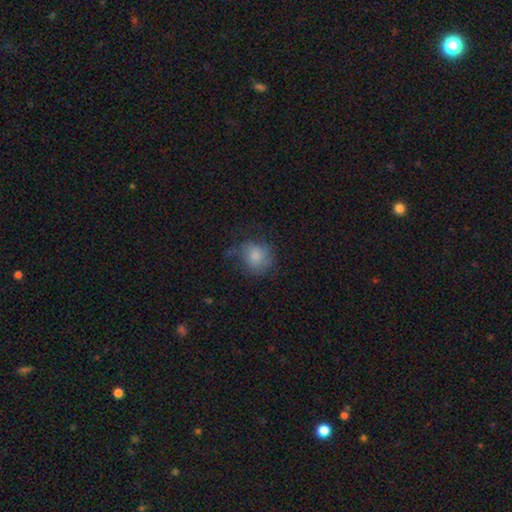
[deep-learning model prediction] This is likely a smooth galaxy (78%). How rounded: likely round (74%). Merging: possibly none (54%).